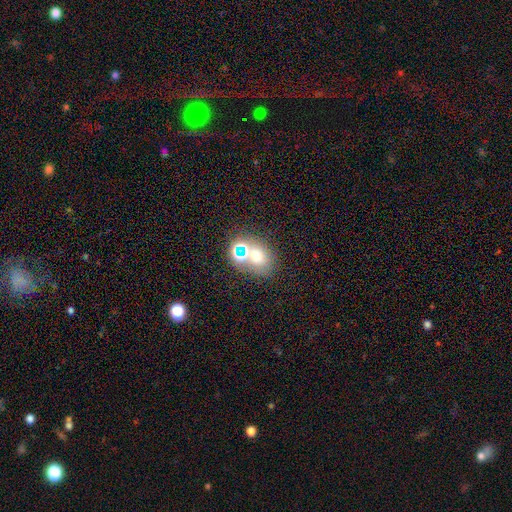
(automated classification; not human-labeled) Smooth or featured?
  - smooth: 57% *
  - star or artifact: 26%
  - featured or disk: 17%
How rounded?
  - round: 50% *
  - in between: 49%
  - cigar-shaped: 1%
Merging?
  - none: 54% *
  - merger: 30%
  - minor disturbance: 10%
  - major disturbance: 6%